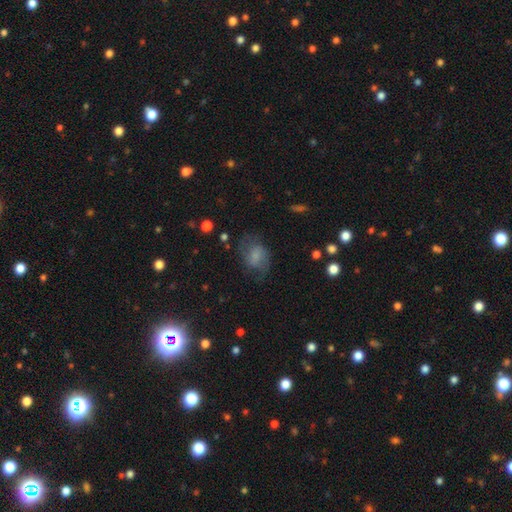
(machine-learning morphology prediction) This is possibly a smooth galaxy (49%). Merging: possibly none (58%).